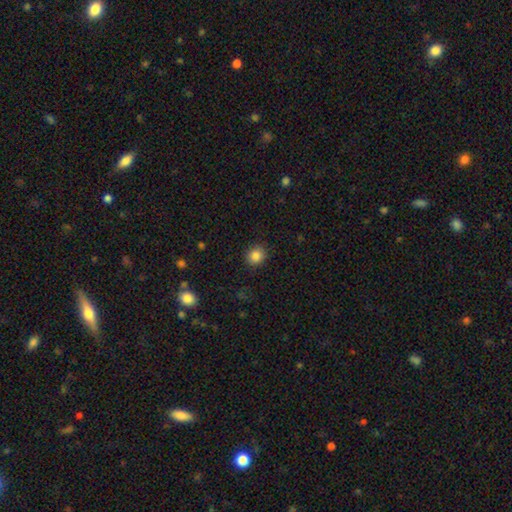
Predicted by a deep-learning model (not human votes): This is clearly a smooth galaxy (85%). How rounded: clearly round (80%). Merging: clearly none (90%).